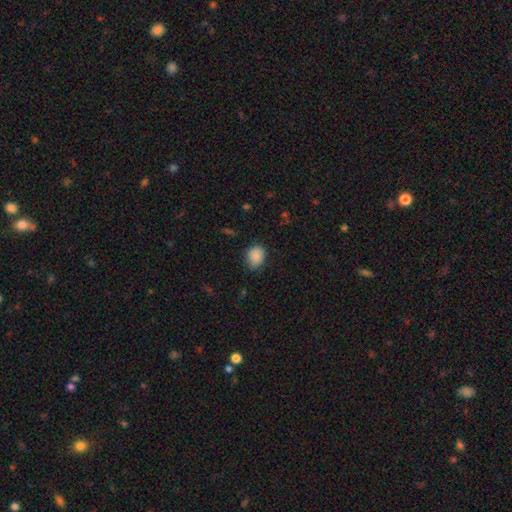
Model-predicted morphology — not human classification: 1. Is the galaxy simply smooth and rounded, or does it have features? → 88% smooth, 8% star or artifact, 4% featured or disk.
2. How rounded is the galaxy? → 54% in between, 45% round, 1% cigar-shaped.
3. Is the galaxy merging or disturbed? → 75% none, 19% minor disturbance, 4% major disturbance, 1% merger.